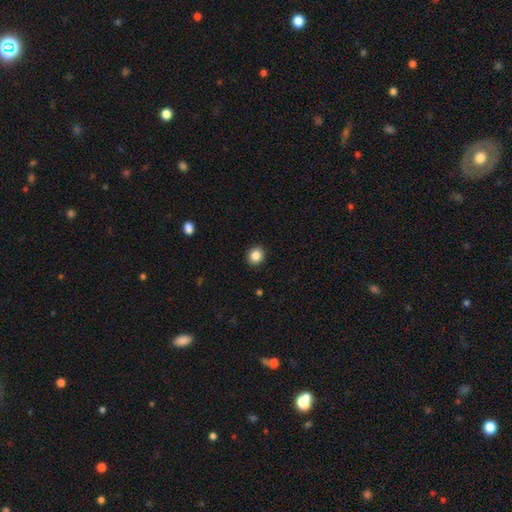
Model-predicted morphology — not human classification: smooth_or_featured: smooth (p=0.85) [alt: star or artifact p=0.10]
how_rounded: round (p=0.86) [alt: in between p=0.13]
merging: none (p=0.92) [alt: minor disturbance p=0.05]